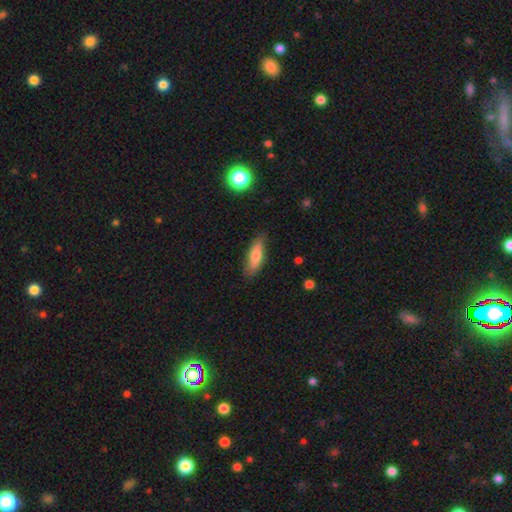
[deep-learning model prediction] Smooth or featured?
  - smooth: 71% *
  - featured or disk: 21%
  - star or artifact: 7%
How rounded?
  - in between: 51% *
  - cigar-shaped: 47%
  - round: 3%
Merging?
  - none: 81% *
  - minor disturbance: 15%
  - major disturbance: 3%
  - merger: 1%